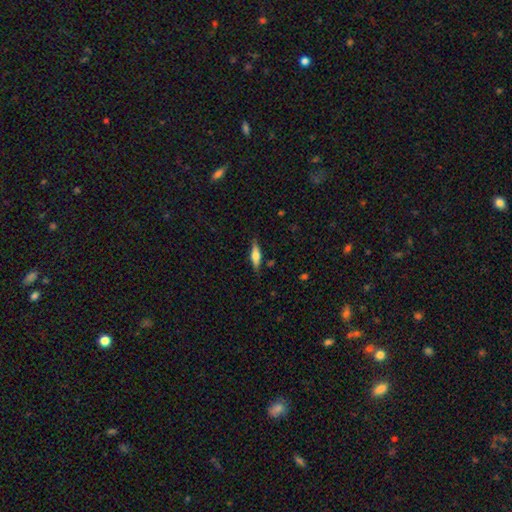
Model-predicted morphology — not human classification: This is possibly a smooth galaxy (56%). How rounded: likely cigar-shaped (60%). Merging: clearly none (84%).